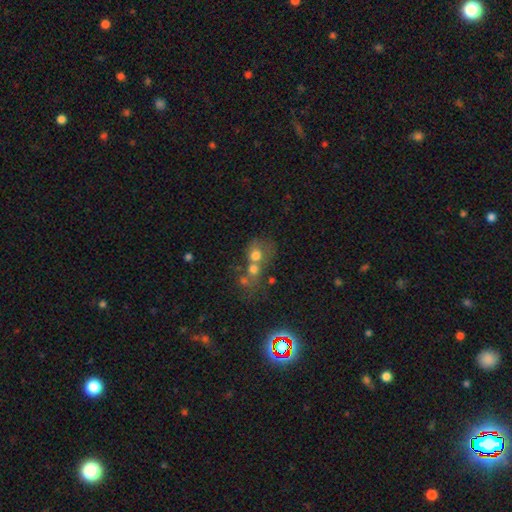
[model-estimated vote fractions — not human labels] Morphology: type=smooth (63%); roundness=round (68%); merging=merger (64%).